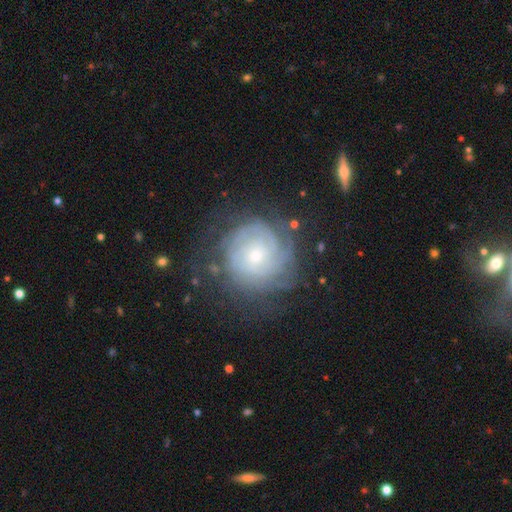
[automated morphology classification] smooth-or-featured: featured or disk: 75% | smooth: 17% | star or artifact: 8%
  disk-edge-on: no: 97% | yes: 3%
    bar: no: 74% | weak: 22% | strong: 4%
    has-spiral-arms: yes: 91% | no: 9%
      spiral-winding: tight: 78% | medium: 17% | loose: 5%
      spiral-arm-count: can't tell: 49% | 3: 13% | 4: 13% | 2: 13% | more than 4: 7% | 1: 5%
    bulge-size: small: 62% | moderate: 32% | large: 3% | none: 2% | dominant: 1%
  merging: none: 70% | minor disturbance: 18% | major disturbance: 10% | merger: 2%